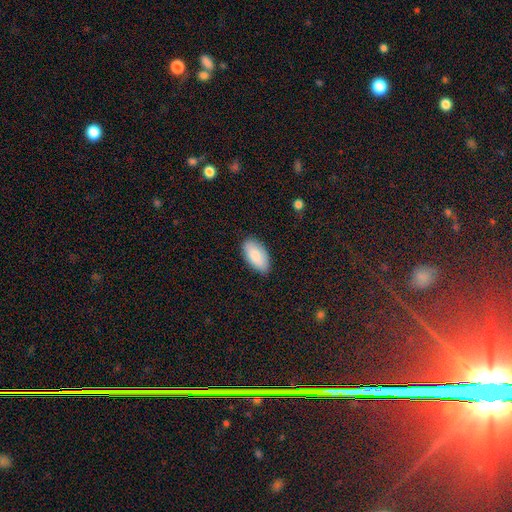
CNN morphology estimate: A smooth galaxy with no disk features (85%) that is in between round and cigar-shaped (94%).

Vote fractions:
- Smooth or featured? smooth: 85% / featured or disk: 9% / star or artifact: 6%
- How rounded? in between: 94% / cigar-shaped: 3% / round: 2%
- Merging? none: 84% / minor disturbance: 12% / major disturbance: 2% / merger: 1%